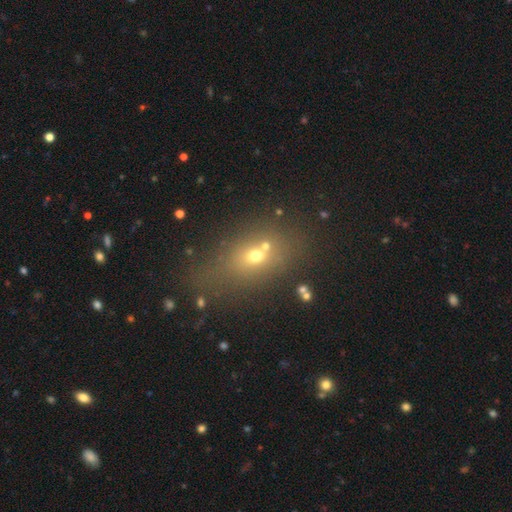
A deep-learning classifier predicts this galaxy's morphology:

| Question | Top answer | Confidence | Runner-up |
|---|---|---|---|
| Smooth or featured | smooth | 57% | star or artifact (23%) |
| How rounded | in between | 62% | round (33%) |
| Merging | none | 55% | merger (20%) |